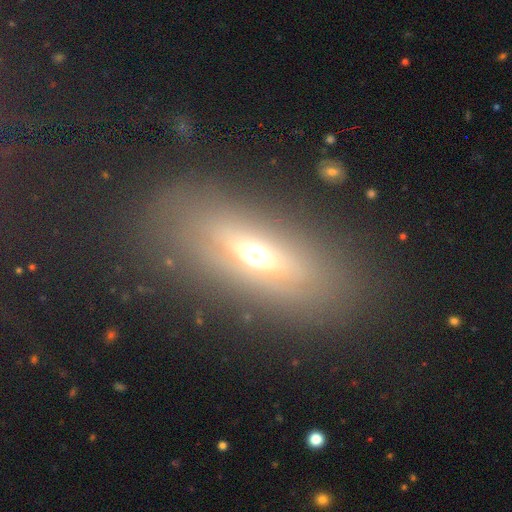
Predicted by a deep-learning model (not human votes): Smooth or featured: featured or disk — 39% (smooth — 34%)
Merging: none — 84% (minor disturbance — 10%)